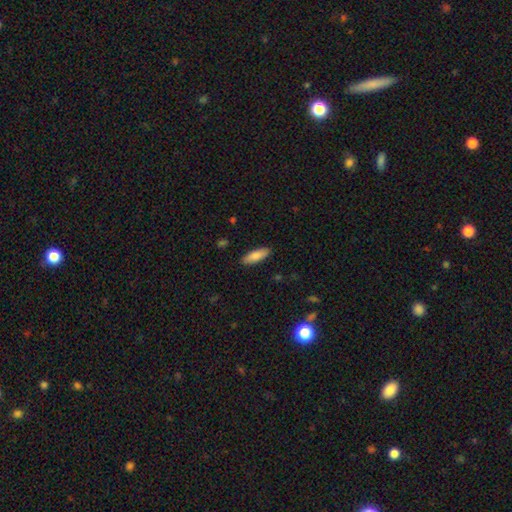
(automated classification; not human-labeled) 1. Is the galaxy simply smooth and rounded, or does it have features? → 84% smooth, 10% featured or disk, 6% star or artifact.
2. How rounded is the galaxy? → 56% in between, 42% cigar-shaped, 2% round.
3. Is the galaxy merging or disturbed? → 88% none, 9% minor disturbance, 2% major disturbance, 1% merger.